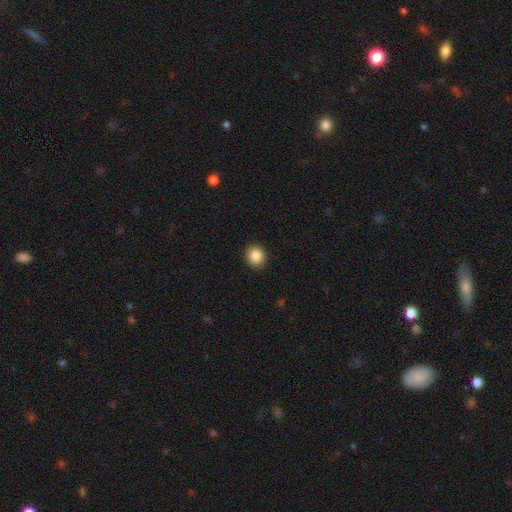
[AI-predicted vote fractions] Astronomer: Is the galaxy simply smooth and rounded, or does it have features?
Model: smooth — 87%.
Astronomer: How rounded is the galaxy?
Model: round — 75%.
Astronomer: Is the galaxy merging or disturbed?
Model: none — 91%.